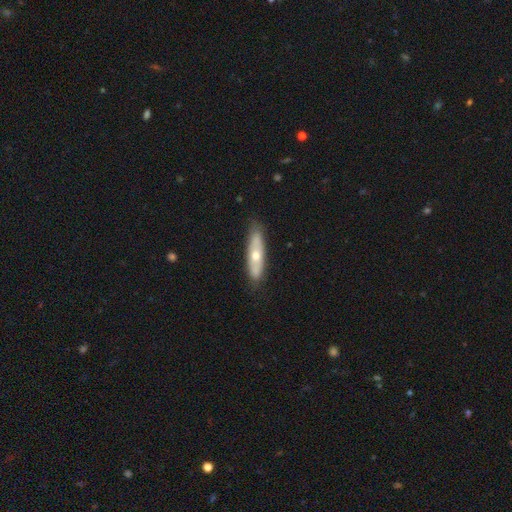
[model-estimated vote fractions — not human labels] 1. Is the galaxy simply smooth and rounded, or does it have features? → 50% smooth, 45% featured or disk, 6% star or artifact.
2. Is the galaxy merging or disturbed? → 82% none, 14% minor disturbance, 3% major disturbance, 1% merger.